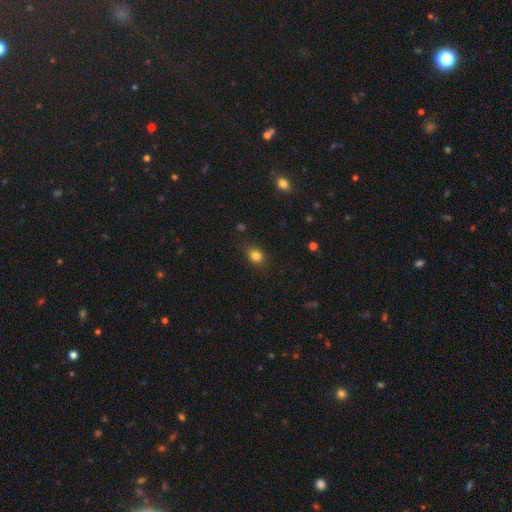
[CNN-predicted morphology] Q: Smooth or featured?
A: smooth (81%); runner-up: star or artifact (12%)
Q: How rounded?
A: round (59%); runner-up: in between (40%)
Q: Merging?
A: none (80%); runner-up: minor disturbance (15%)